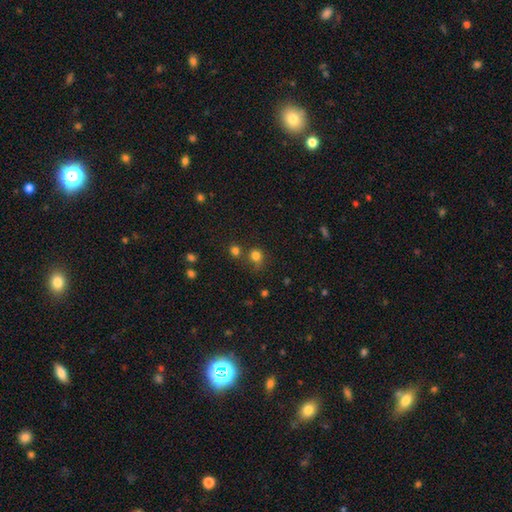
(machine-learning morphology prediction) This appears to be a smooth galaxy with no disk features (78%) that is round (80%). Merging: none (59%).